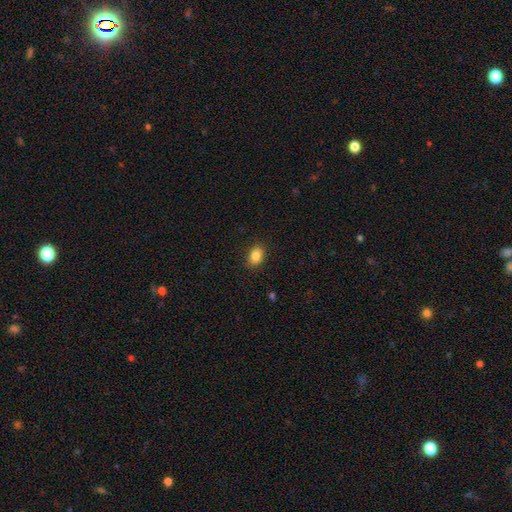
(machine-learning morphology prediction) This is clearly a smooth galaxy (86%). How rounded: likely in between (72%). Merging: clearly none (88%).